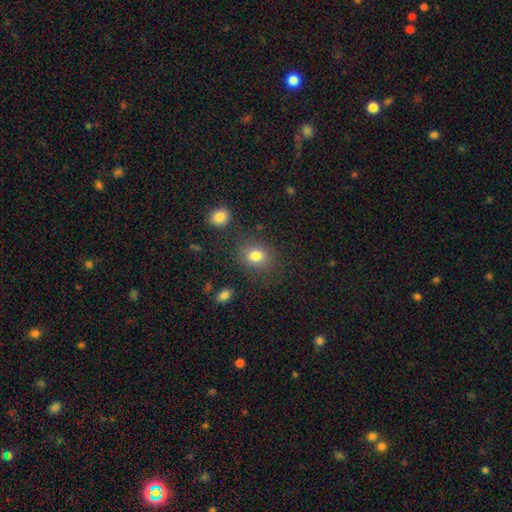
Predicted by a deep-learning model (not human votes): Q: Smooth or featured?
A: smooth (81%); runner-up: star or artifact (12%)
Q: How rounded?
A: round (55%); runner-up: in between (44%)
Q: Merging?
A: none (80%); runner-up: minor disturbance (12%)